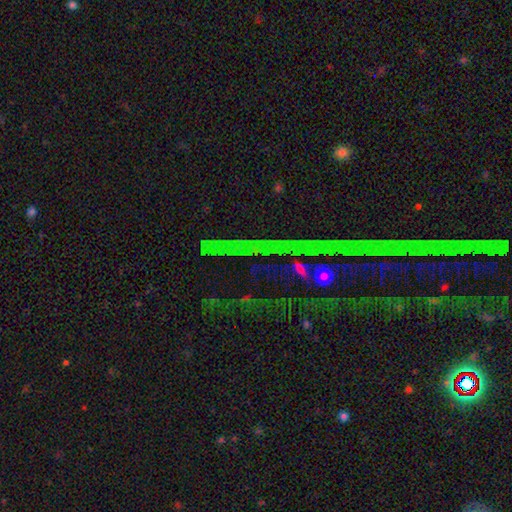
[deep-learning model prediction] A star or artifact, not a galaxy (84%).